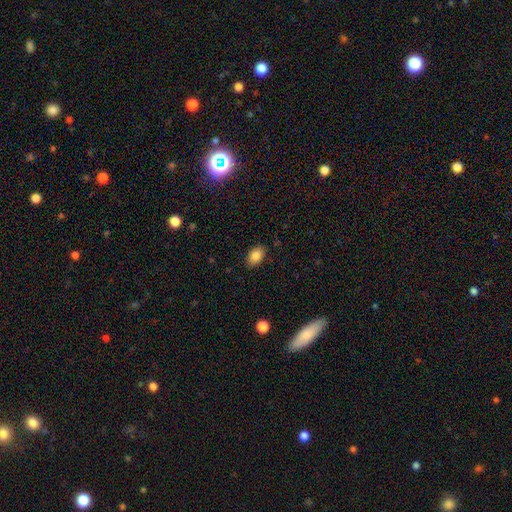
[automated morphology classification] smooth_or_featured: smooth (p=0.85) [alt: star or artifact p=0.08]
how_rounded: in between (p=0.87) [alt: round p=0.11]
merging: none (p=0.87) [alt: minor disturbance p=0.10]